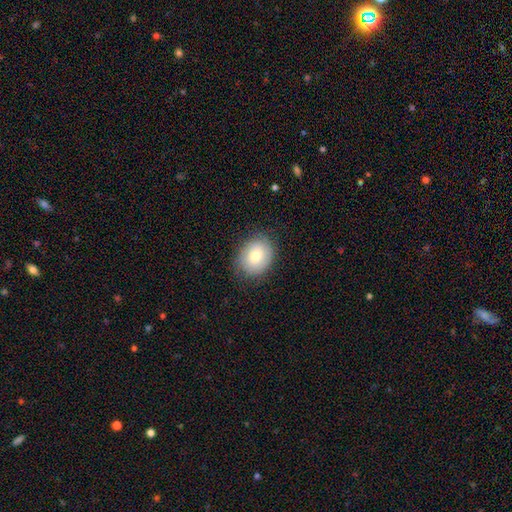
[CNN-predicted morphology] The model was most divided on "how rounded": round: 52%, in between: 47%, cigar-shaped: 1%. More confident: merging — none (81%); smooth or featured — smooth (73%).